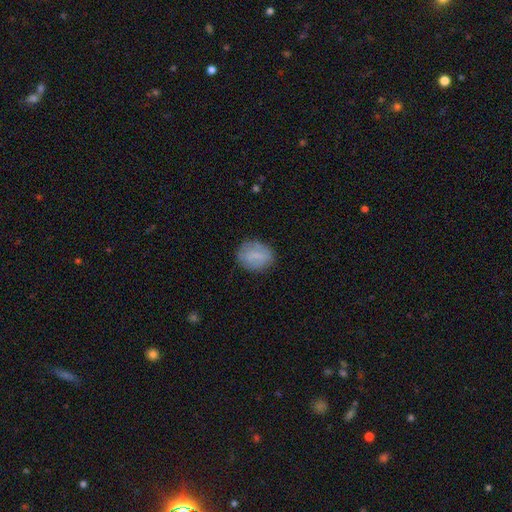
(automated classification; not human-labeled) Morphology: type=smooth (67%); roundness=in between (52%); merging=none (77%).